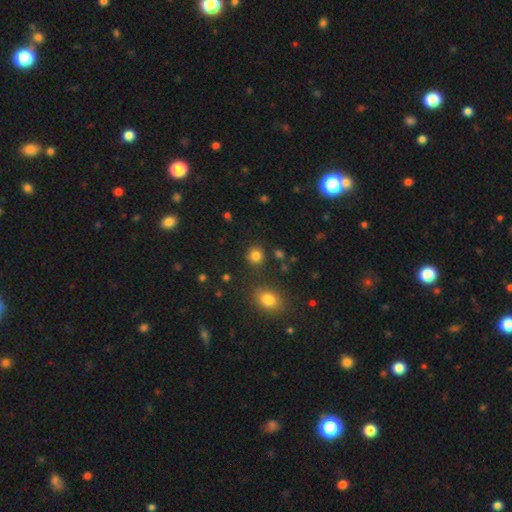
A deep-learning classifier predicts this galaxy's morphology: Smooth or featured: smooth — 82% (star or artifact — 13%)
How rounded: round — 88% (in between — 11%)
Merging: none — 86% (minor disturbance — 8%)